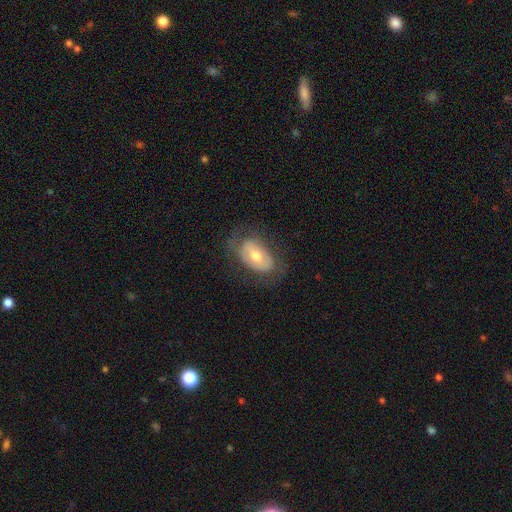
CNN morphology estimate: Q: Smooth or featured?
A: featured or disk (47%); runner-up: smooth (46%)
Q: Merging?
A: none (67%); runner-up: minor disturbance (19%)